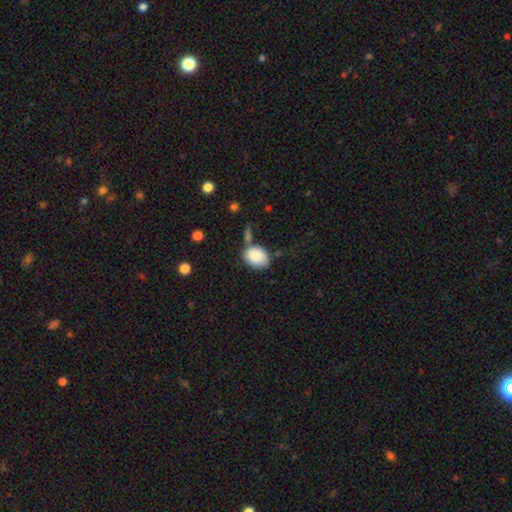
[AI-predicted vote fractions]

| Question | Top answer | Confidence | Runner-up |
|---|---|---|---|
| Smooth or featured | smooth | 86% | star or artifact (7%) |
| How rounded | in between | 65% | round (33%) |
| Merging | none | 56% | minor disturbance (22%) |